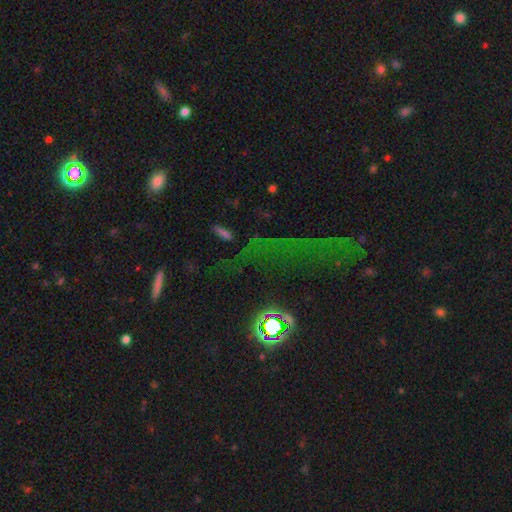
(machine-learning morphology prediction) Overall: star or artifact (71%).